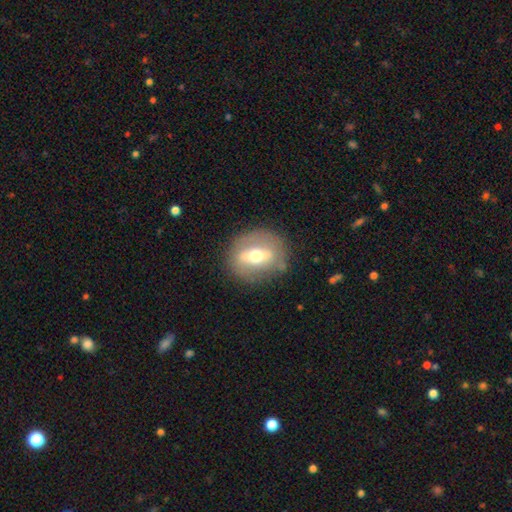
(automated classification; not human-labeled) A featured or disk galaxy (56%). Merging: none (79%).